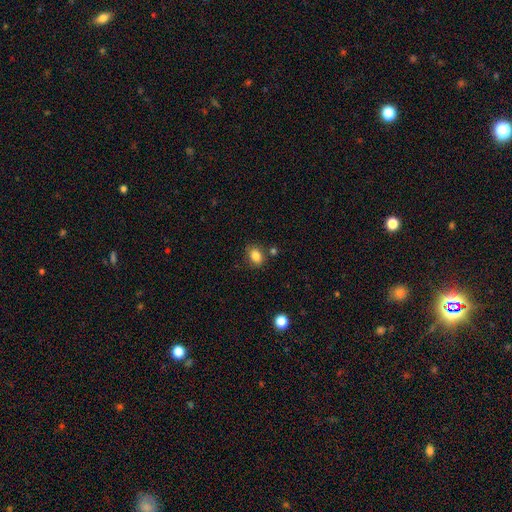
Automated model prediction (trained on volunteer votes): A smooth galaxy with no disk features (84%) that is in between round and cigar-shaped (66%). Merging: none (78%).